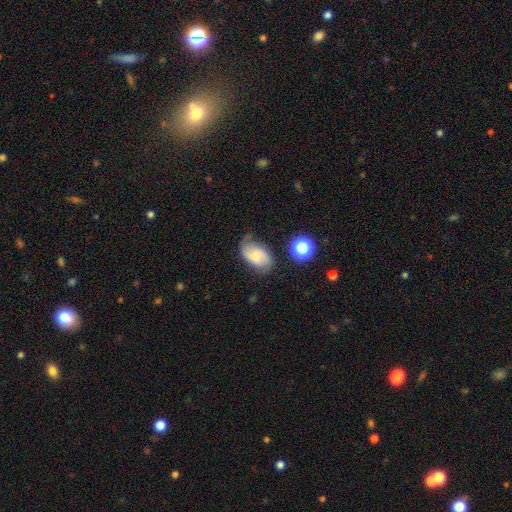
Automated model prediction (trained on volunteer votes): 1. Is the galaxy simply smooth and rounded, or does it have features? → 48% smooth, 42% featured or disk, 10% star or artifact.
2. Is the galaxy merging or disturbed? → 55% none, 30% minor disturbance, 11% major disturbance, 3% merger.